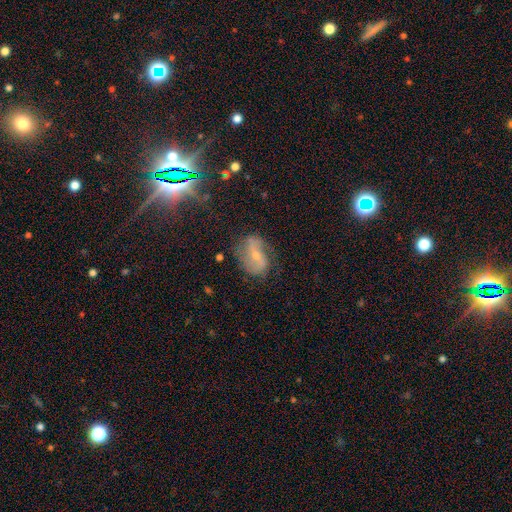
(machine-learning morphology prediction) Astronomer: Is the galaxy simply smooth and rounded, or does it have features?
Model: featured or disk — 65%.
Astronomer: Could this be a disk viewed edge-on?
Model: no — 95%.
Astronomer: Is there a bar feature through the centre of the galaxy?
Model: no — 38% (runner-up: weak, 36%).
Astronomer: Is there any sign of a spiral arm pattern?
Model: yes — 83%.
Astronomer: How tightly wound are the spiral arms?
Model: loose — 50% (runner-up: medium, 34%).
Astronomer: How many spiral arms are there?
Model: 2 — 82%.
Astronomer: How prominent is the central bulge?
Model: small — 62%.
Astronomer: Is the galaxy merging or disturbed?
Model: none — 66%.